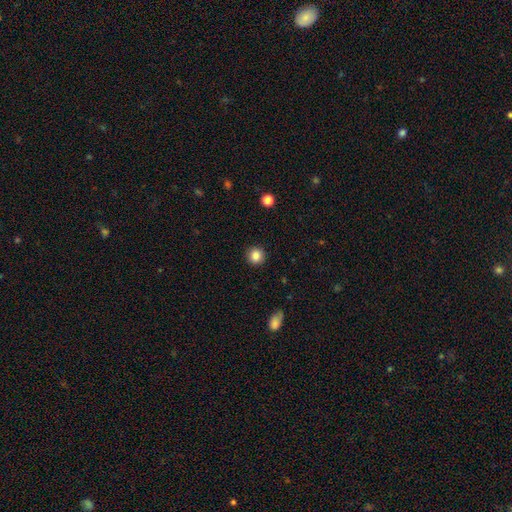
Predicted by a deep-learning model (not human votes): Smooth or featured? smooth (86%)
How rounded? round (93%)
Merging? none (92%)